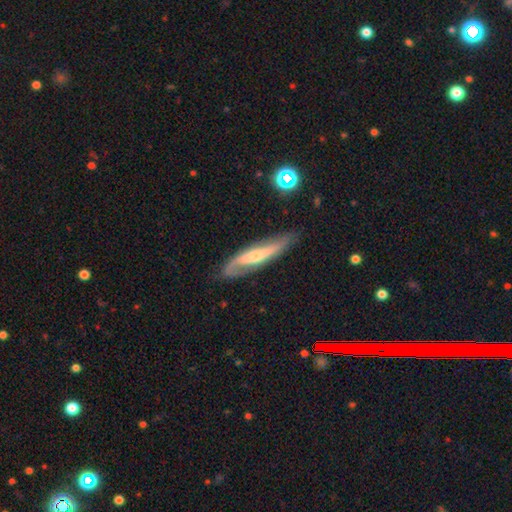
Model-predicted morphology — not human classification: Smooth or featured? featured or disk (74%)
Edge-on disk? no (60%)
Merging? none (69%)